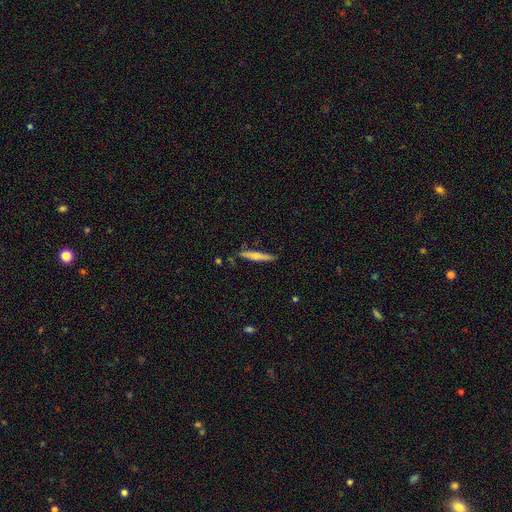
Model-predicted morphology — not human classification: Smooth or featured: smooth — 48% (featured or disk — 46%)
Merging: none — 86% (minor disturbance — 10%)